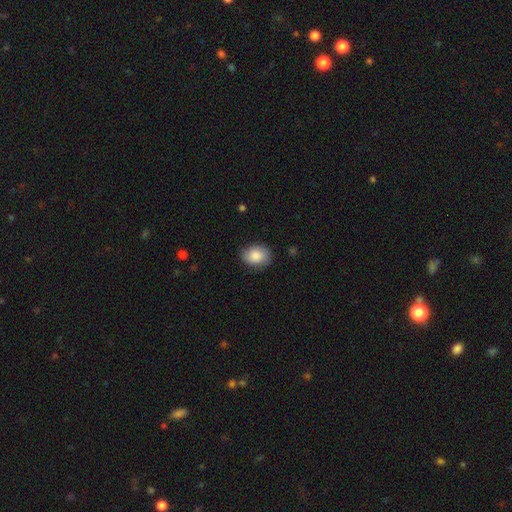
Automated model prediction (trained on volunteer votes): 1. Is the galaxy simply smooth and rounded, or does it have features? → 85% smooth, 8% featured or disk, 7% star or artifact.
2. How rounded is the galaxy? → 66% in between, 33% round, 1% cigar-shaped.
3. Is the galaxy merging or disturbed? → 81% none, 15% minor disturbance, 3% major disturbance, 1% merger.